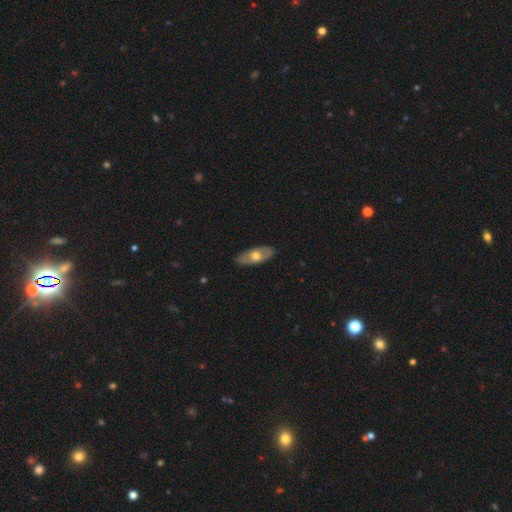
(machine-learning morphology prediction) Smooth or featured: featured or disk — 50% (smooth — 45%)
Merging: none — 85% (minor disturbance — 12%)